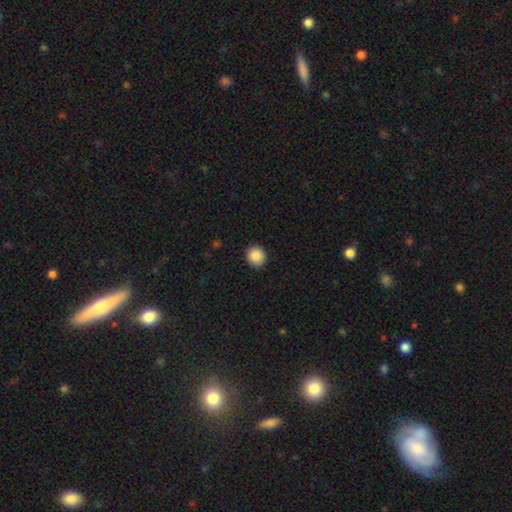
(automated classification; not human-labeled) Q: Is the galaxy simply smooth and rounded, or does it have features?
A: smooth — 88%.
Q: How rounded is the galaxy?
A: round — 86%.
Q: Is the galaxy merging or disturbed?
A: none — 91%.